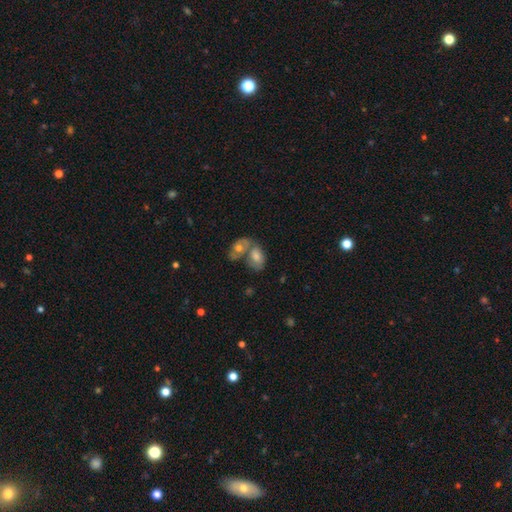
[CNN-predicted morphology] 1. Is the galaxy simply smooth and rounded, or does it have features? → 57% smooth, 30% featured or disk, 13% star or artifact.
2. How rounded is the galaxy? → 79% in between, 19% round, 2% cigar-shaped.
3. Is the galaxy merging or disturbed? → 59% merger, 27% none, 9% minor disturbance, 6% major disturbance.